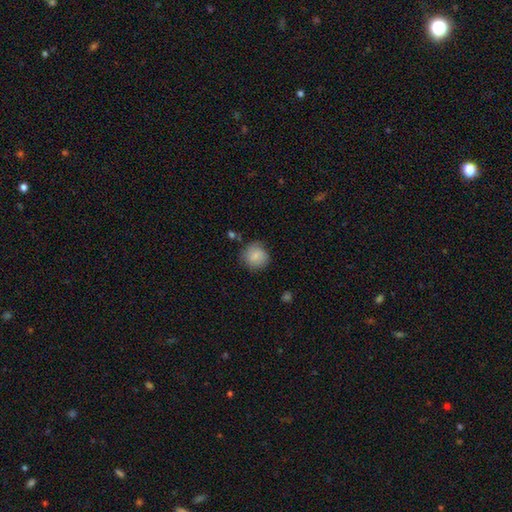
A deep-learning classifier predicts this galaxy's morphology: Smooth or featured? smooth (82%)
How rounded? round (88%)
Merging? none (76%)